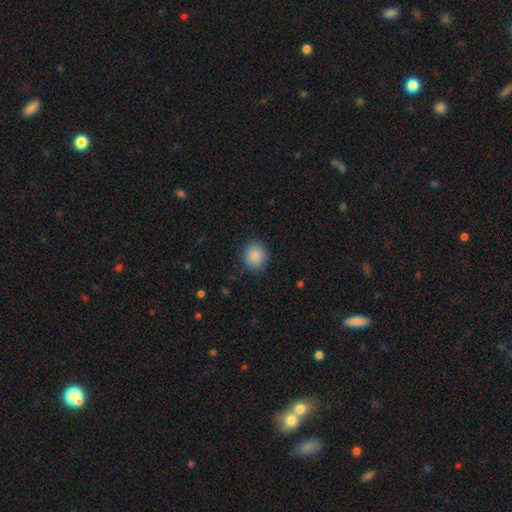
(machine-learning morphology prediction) Smooth or featured?
  - smooth: 85% *
  - star or artifact: 9%
  - featured or disk: 6%
How rounded?
  - round: 85% *
  - in between: 14%
  - cigar-shaped: 1%
Merging?
  - none: 87% *
  - minor disturbance: 9%
  - major disturbance: 3%
  - merger: 1%